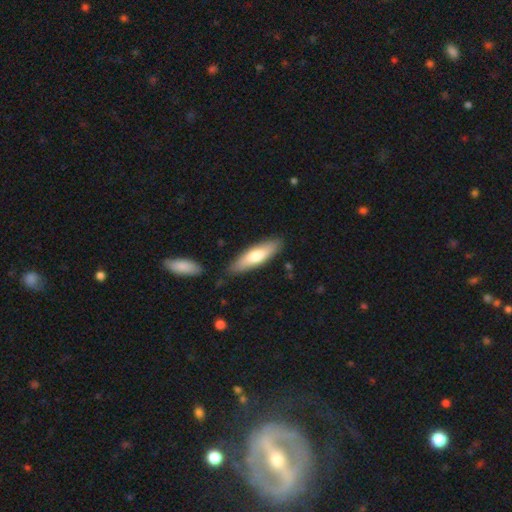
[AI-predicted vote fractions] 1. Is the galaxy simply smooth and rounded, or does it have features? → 68% smooth, 27% featured or disk, 5% star or artifact.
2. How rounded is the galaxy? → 59% cigar-shaped, 40% in between, 2% round.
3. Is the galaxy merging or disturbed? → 84% none, 11% minor disturbance, 2% merger, 2% major disturbance.